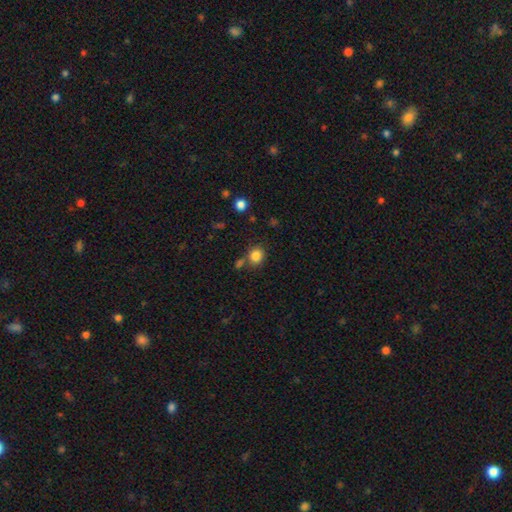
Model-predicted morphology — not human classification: This is clearly a smooth galaxy (84%). How rounded: likely round (75%). Merging: likely none (71%).